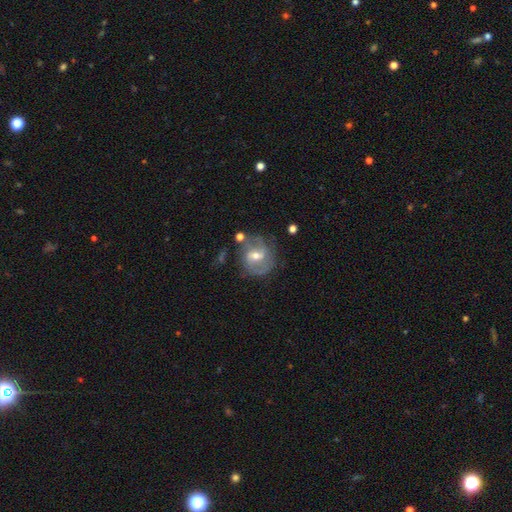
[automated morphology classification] Overall: featured or disk (77%). Edge-on disk: no (97%). Bar: weak (52%; no 28%). Spiral arms: yes (88%). Spiral arm count: 2 (71%). Spiral winding: medium (48%; tight 28%). Bulge size: moderate (62%; small 34%). Merging: none (65%).